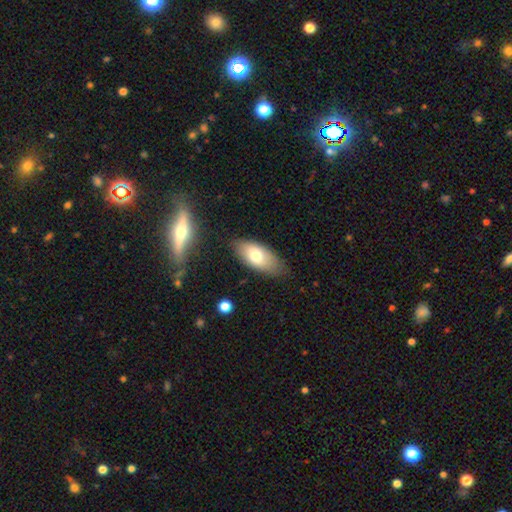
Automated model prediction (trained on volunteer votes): This appears to be a smooth galaxy with no disk features (72%) that is in between round and cigar-shaped (90%). Merging: none (79%).